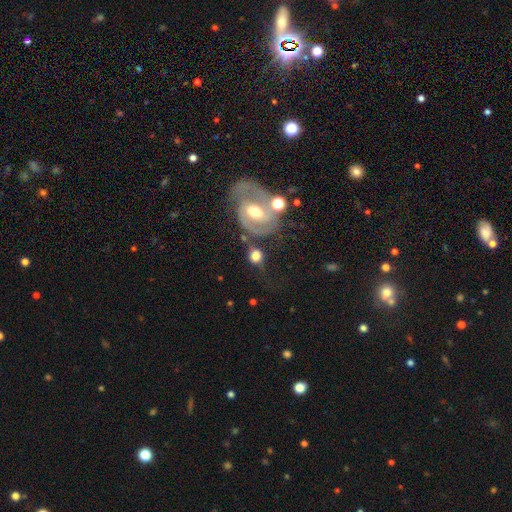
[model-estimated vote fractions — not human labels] Q: Smooth or featured?
A: smooth (57%); runner-up: featured or disk (33%)
Q: How rounded?
A: round (71%); runner-up: in between (27%)
Q: Merging?
A: none (46%); runner-up: merger (20%)